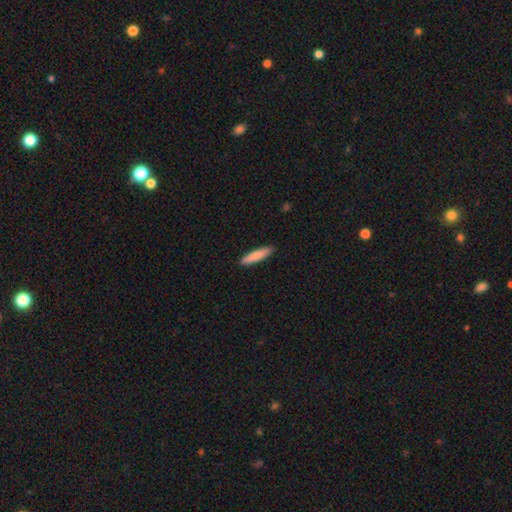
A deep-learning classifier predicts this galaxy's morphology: A smooth galaxy with no disk features (83%) that is cigar-shaped (83%). Merging: none (90%).